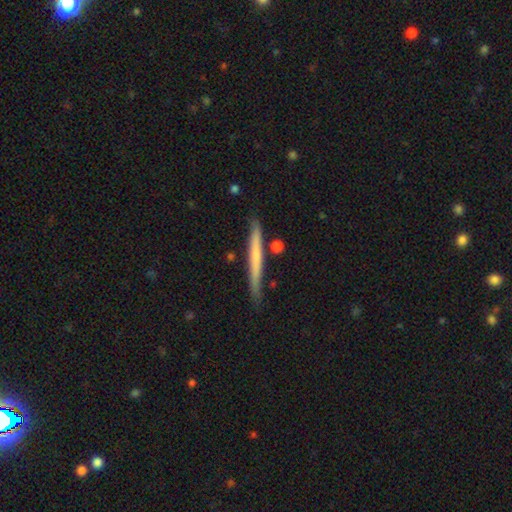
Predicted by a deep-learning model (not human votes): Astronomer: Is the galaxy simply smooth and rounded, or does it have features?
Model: smooth — 56% (runner-up: featured or disk, 38%).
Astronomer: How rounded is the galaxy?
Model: cigar-shaped — 97%.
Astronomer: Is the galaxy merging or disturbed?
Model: none — 82%.